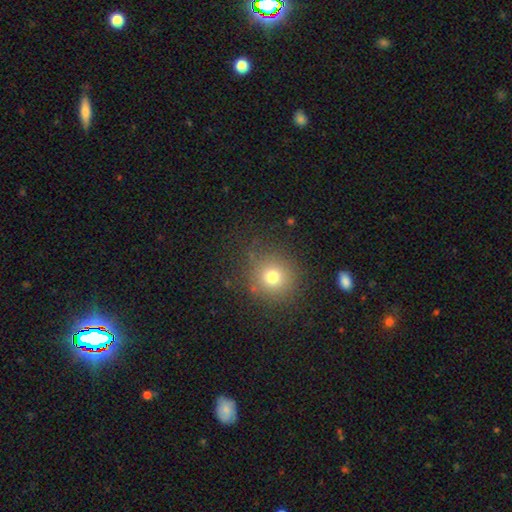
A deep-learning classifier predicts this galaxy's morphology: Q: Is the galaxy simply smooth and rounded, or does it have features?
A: smooth — 64%.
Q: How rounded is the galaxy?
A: round — 92%.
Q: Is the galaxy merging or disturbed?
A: none — 86%.